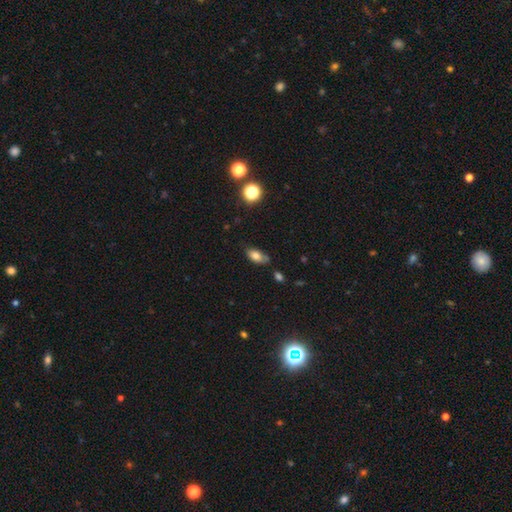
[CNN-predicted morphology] smooth-or-featured: smooth: 77% | featured or disk: 13% | star or artifact: 10%
  how-rounded: in between: 88% | round: 7% | cigar-shaped: 6%
  merging: none: 60% | minor disturbance: 29% | merger: 6% | major disturbance: 6%